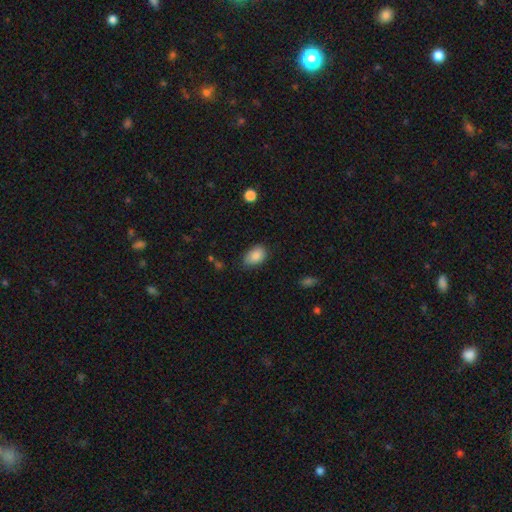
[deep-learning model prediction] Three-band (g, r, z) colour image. It shows a smooth galaxy with no disk features (87%) that is in between round and cigar-shaped (87%). Merging: none (70%).